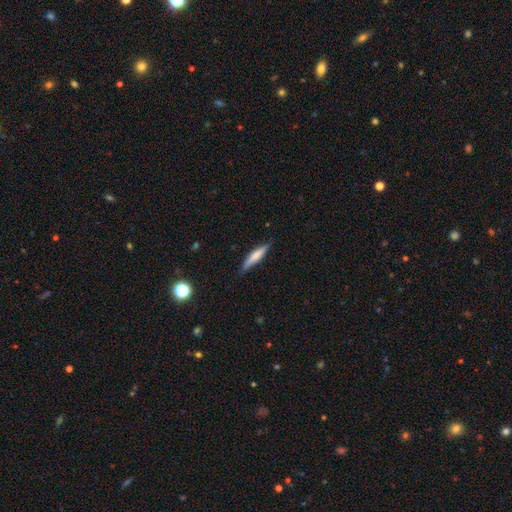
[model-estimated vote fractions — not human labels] Smooth or featured: smooth — 60% (featured or disk — 34%)
How rounded: cigar-shaped — 89% (in between — 10%)
Merging: none — 84% (minor disturbance — 12%)